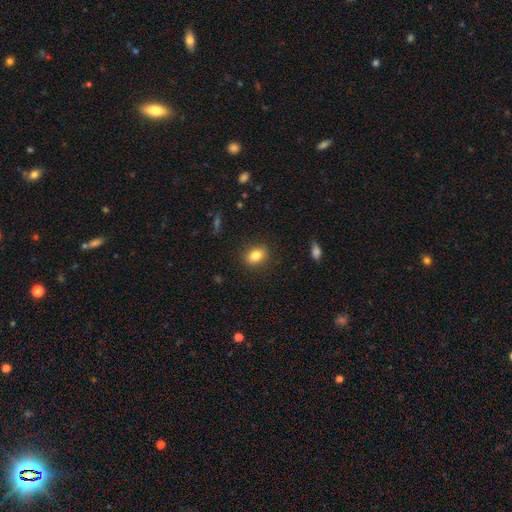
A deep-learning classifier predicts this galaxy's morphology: This appears to be a smooth galaxy with no disk features (83%) that is in between round and cigar-shaped (61%). Merging: none (88%).